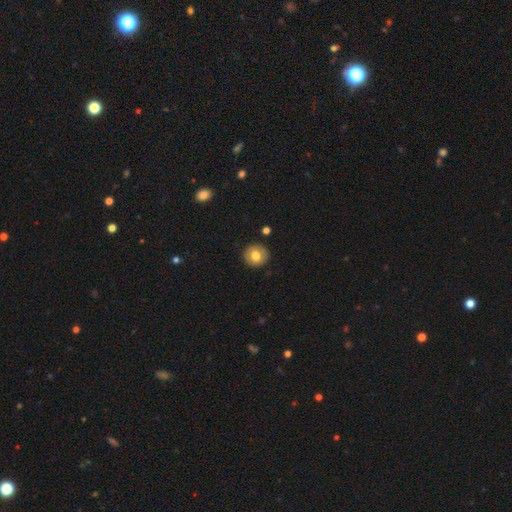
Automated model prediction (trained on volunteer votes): Smooth or featured? Predicted: smooth (p=0.76). How rounded? Predicted: round (p=0.91). Merging? Predicted: none (p=0.90).